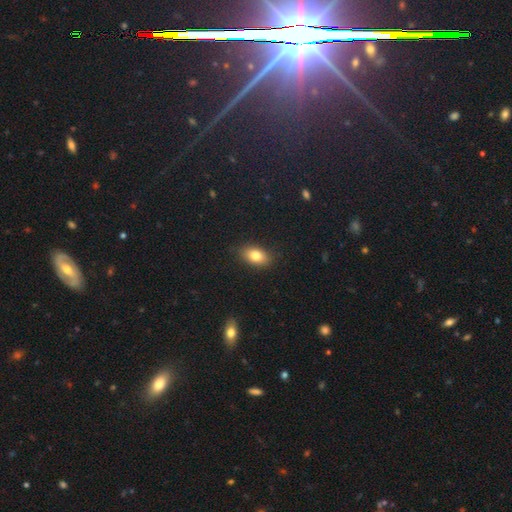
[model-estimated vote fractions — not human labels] The model was most divided on "smooth or featured": smooth: 80%, featured or disk: 11%, star or artifact: 9%. More confident: merging — none (86%); how rounded — in between (86%).